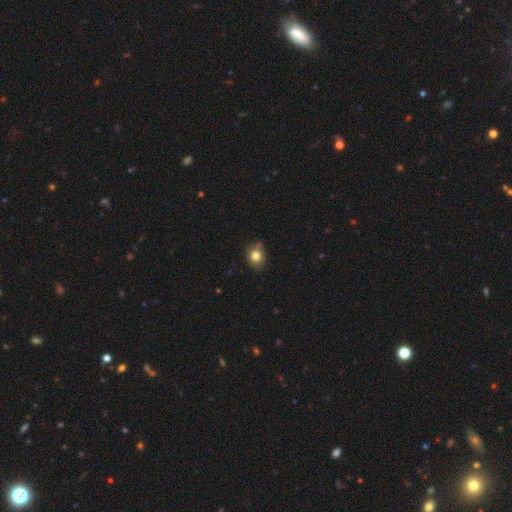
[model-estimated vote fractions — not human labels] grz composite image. It shows a smooth galaxy with no disk features (80%) that is round (59%). Merging: none (69%).